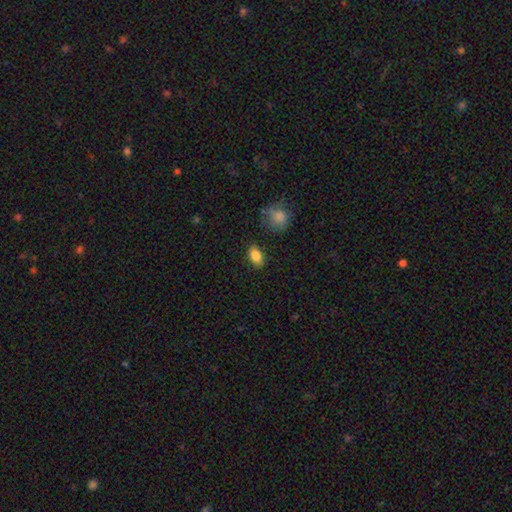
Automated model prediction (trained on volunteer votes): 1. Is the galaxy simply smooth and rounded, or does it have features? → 84% smooth, 8% star or artifact, 8% featured or disk.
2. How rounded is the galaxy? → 87% in between, 11% round, 2% cigar-shaped.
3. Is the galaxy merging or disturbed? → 86% none, 10% minor disturbance, 2% major disturbance, 2% merger.